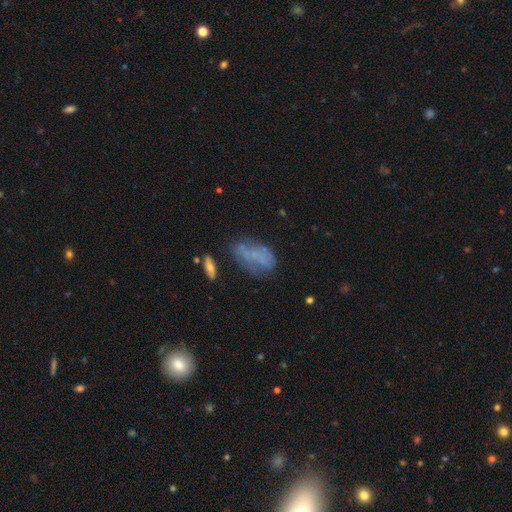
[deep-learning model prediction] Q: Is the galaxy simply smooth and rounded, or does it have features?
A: smooth — 46%.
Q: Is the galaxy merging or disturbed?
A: none — 42%.